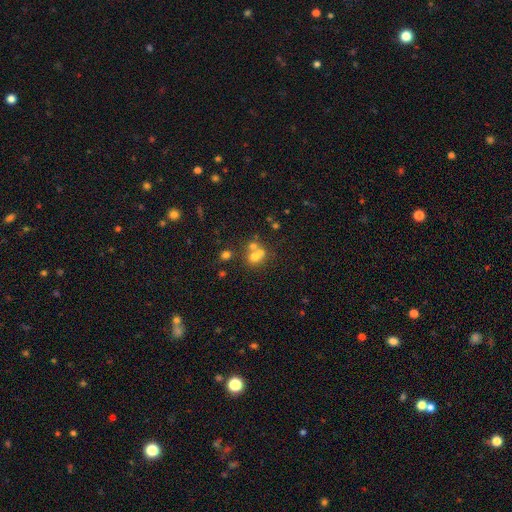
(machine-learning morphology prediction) Smooth or featured?
  - smooth: 57% *
  - featured or disk: 24%
  - star or artifact: 19%
How rounded?
  - round: 71% *
  - in between: 28%
  - cigar-shaped: 1%
Merging?
  - merger: 53% *
  - none: 35%
  - minor disturbance: 7%
  - major disturbance: 5%